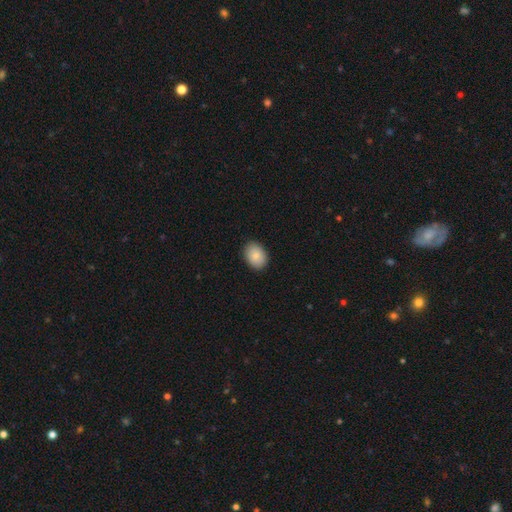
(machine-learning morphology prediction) A smooth galaxy with no disk features (86%) that is in between round and cigar-shaped (72%).

Vote fractions:
- Smooth or featured? smooth: 86% / featured or disk: 7% / star or artifact: 7%
- How rounded? in between: 72% / round: 27% / cigar-shaped: 1%
- Merging? none: 88% / minor disturbance: 9% / major disturbance: 2% / merger: 1%